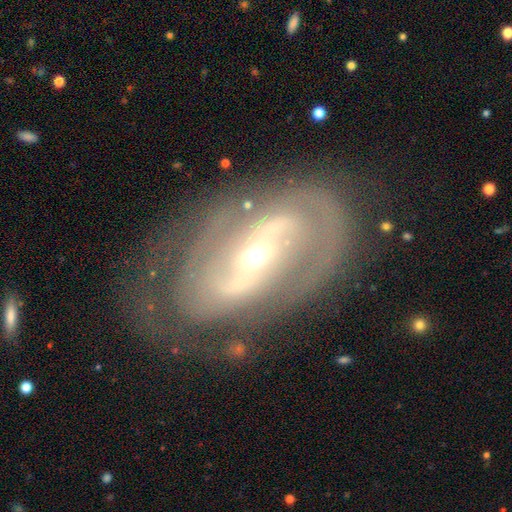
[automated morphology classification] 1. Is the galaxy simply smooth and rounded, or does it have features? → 85% featured or disk, 9% smooth, 6% star or artifact.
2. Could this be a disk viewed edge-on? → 95% no, 5% yes.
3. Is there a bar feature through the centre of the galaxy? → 45% strong, 33% weak, 22% no.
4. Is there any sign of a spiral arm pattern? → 85% yes, 15% no.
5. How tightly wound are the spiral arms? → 49% tight, 37% medium, 14% loose.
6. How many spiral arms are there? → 63% 2, 22% can't tell, 6% 3, 4% 1, 3% 4, 2% more than 4.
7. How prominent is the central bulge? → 62% small, 33% moderate, 2% large, 1% dominant, 1% none.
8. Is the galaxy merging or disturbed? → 68% none, 18% minor disturbance, 12% major disturbance, 2% merger.